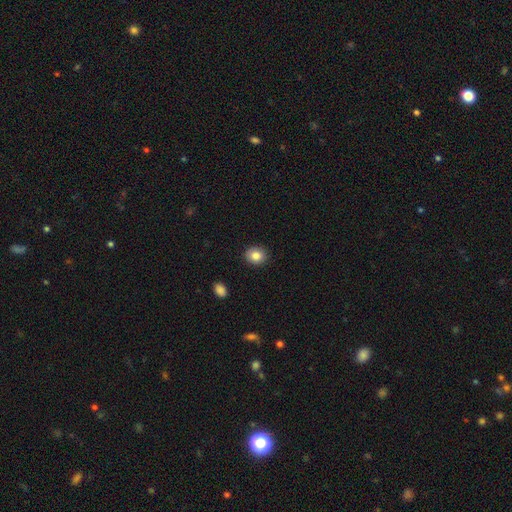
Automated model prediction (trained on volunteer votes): This appears to be a smooth galaxy with no disk features (85%) that is round (68%). Merging: none (90%).